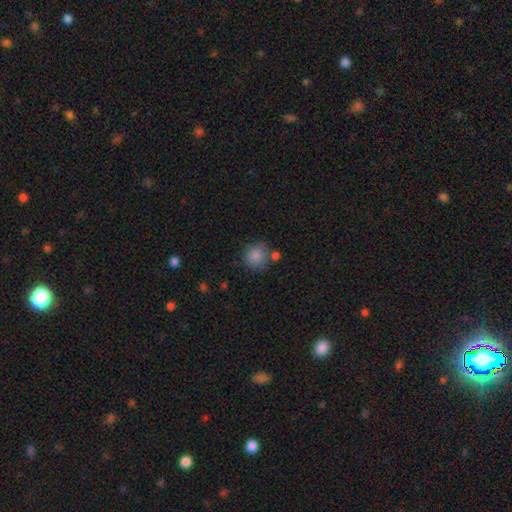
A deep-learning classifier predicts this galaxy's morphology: Smooth or featured?
  - smooth: 85% *
  - star or artifact: 9%
  - featured or disk: 5%
How rounded?
  - round: 88% *
  - in between: 11%
  - cigar-shaped: 1%
Merging?
  - none: 69% *
  - minor disturbance: 14%
  - merger: 12%
  - major disturbance: 5%